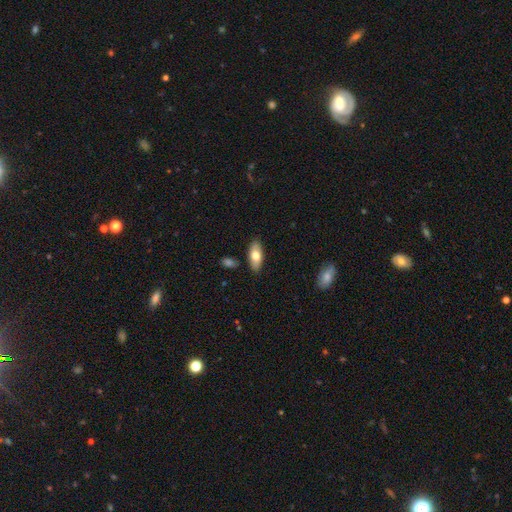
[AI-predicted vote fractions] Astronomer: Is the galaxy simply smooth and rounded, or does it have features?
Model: smooth — 72%.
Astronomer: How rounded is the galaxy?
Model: in between — 85%.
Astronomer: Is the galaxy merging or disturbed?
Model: none — 86%.